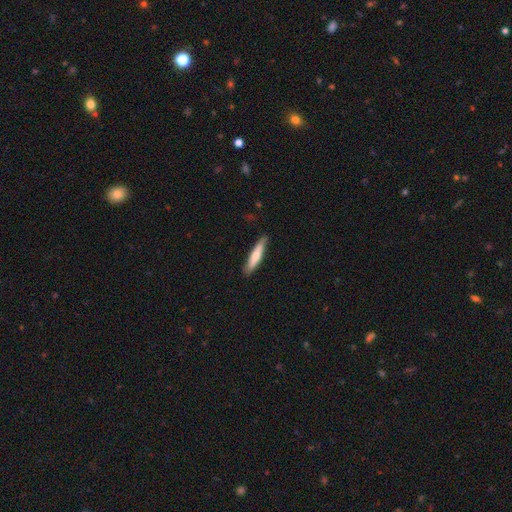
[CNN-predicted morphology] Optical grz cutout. It shows a smooth galaxy with no disk features (64%) that is cigar-shaped (88%). Merging: none (87%).